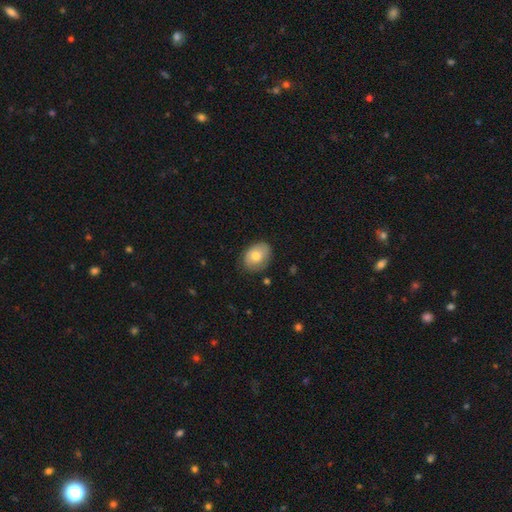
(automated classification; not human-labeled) The model was most divided on "how rounded": in between: 69%, round: 30%, cigar-shaped: 1%. More confident: merging — none (75%); smooth or featured — smooth (73%).